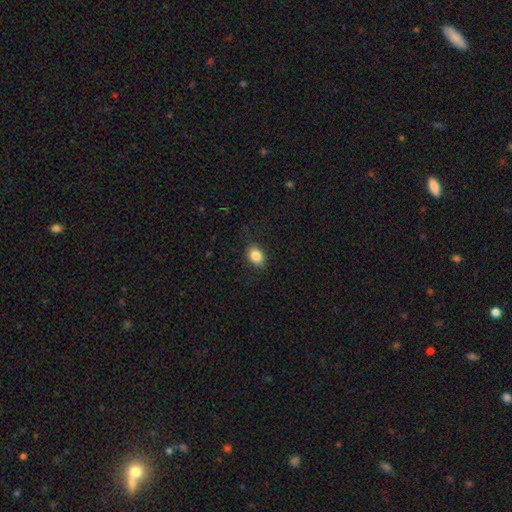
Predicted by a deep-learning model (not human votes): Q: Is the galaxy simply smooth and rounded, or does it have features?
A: smooth — 85%.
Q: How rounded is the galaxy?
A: in between — 71%.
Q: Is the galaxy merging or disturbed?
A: none — 84%.